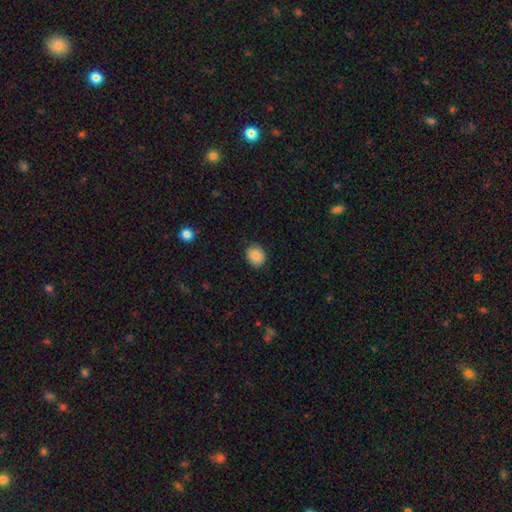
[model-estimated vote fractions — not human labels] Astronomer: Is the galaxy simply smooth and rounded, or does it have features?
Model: smooth — 87%.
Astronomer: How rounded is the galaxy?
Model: round — 63%.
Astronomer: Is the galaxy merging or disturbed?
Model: none — 84%.